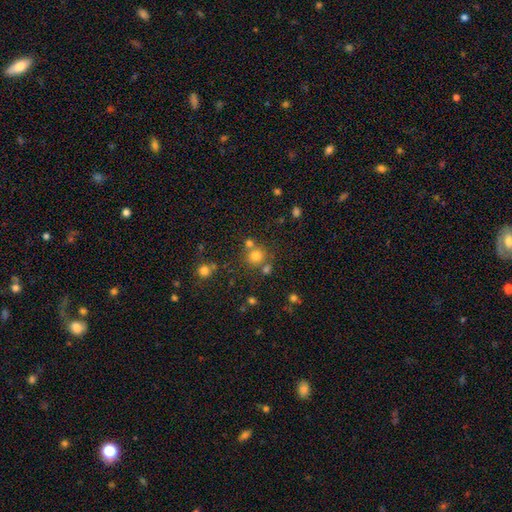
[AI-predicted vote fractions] Overall: smooth (75%). How rounded: round (89%). Merging: none (67%).